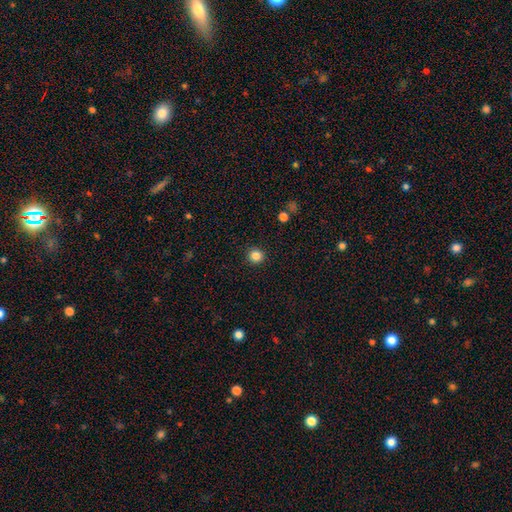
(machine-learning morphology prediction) smooth 84%, star or artifact 12%, featured or disk 4%. Down the decision tree: how rounded — round (94%); merging — none (92%).